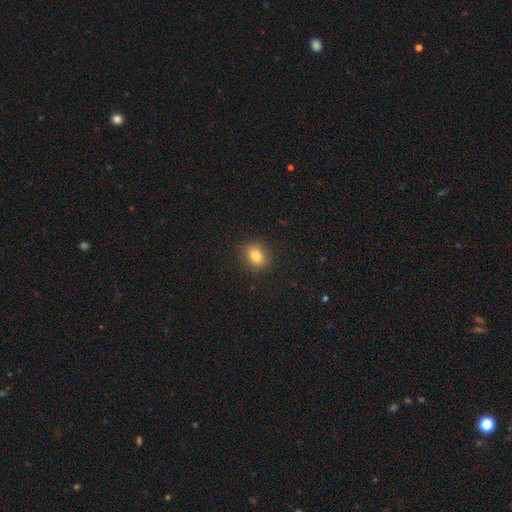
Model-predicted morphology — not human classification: Smooth or featured: smooth — 84% (star or artifact — 10%)
How rounded: in between — 58% (round — 41%)
Merging: none — 85% (minor disturbance — 11%)